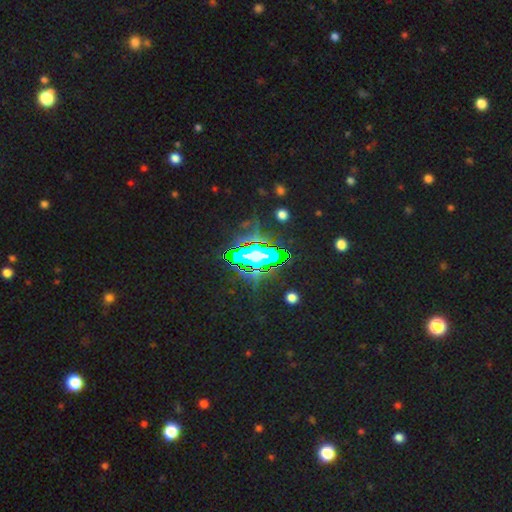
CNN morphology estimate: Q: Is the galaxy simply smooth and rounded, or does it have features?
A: star or artifact — 66%.